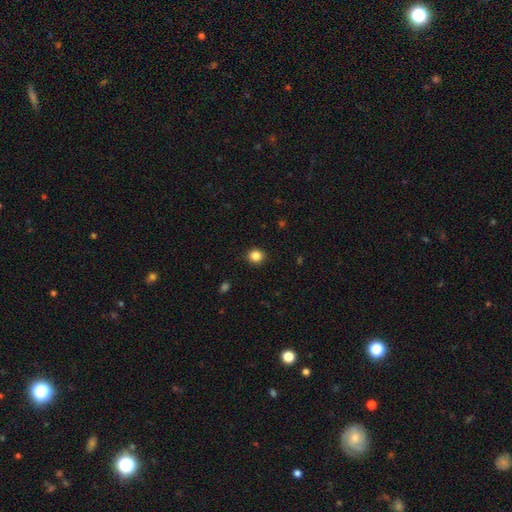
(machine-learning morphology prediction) This appears to be a smooth galaxy with no disk features (85%) that is round (84%). Merging: none (91%).